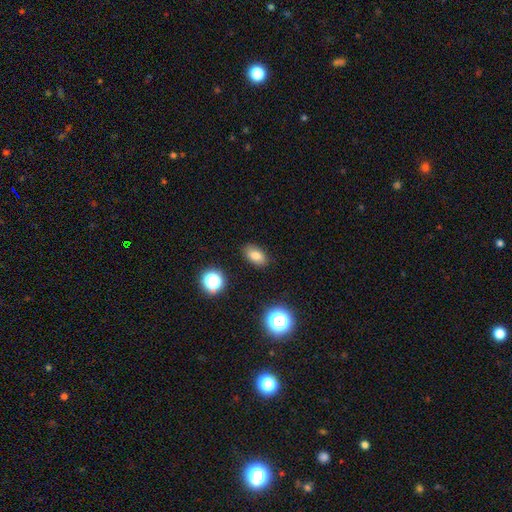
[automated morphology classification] Smooth or featured: smooth — 78% (star or artifact — 13%)
How rounded: in between — 86% (round — 11%)
Merging: none — 87% (minor disturbance — 9%)